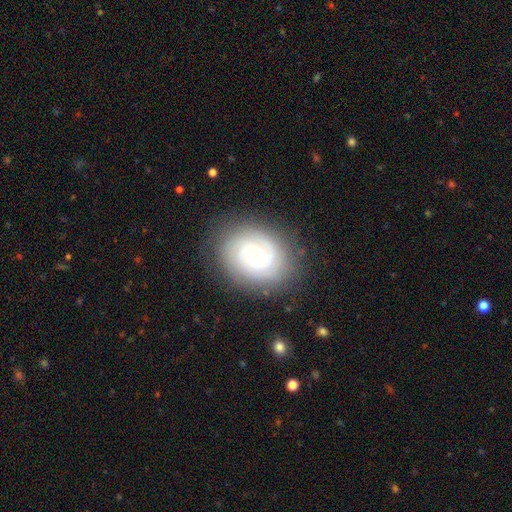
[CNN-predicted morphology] smooth-or-featured: featured or disk: 76% | smooth: 17% | star or artifact: 7%
  disk-edge-on: no: 97% | yes: 3%
    bar: no: 77% | weak: 19% | strong: 4%
    has-spiral-arms: yes: 93% | no: 7%
      spiral-winding: tight: 74% | medium: 21% | loose: 5%
      spiral-arm-count: can't tell: 31% | 2: 27% | 3: 23% | 4: 8% | 1: 5% | more than 4: 5%
    bulge-size: small: 63% | moderate: 33% | large: 2% | dominant: 1% | none: 1%
  merging: none: 82% | minor disturbance: 12% | major disturbance: 4% | merger: 1%